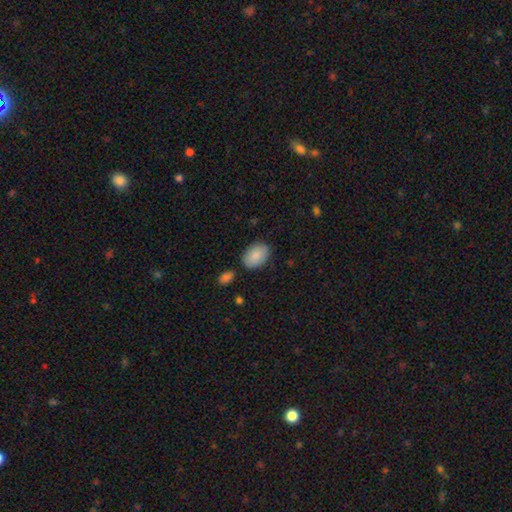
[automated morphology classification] A smooth galaxy with no disk features (86%) that is in between round and cigar-shaped (84%). Merging: none (80%).